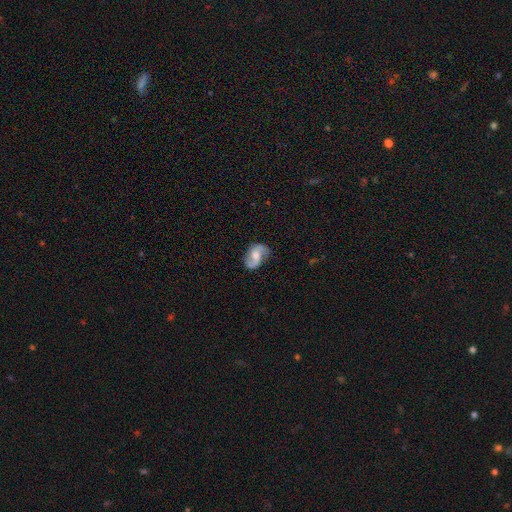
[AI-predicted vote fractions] Smooth or featured?
  - featured or disk: 78% *
  - smooth: 16%
  - star or artifact: 6%
Edge-on disk?
  - no: 98% *
  - yes: 2%
Bar?
  - no: 48% *
  - weak: 42%
  - strong: 9%
Spiral arms?
  - yes: 95% *
  - no: 5%
Spiral winding?
  - medium: 44% *
  - loose: 43%
  - tight: 13%
Spiral arm count?
  - 2: 90% *
  - can't tell: 4%
  - 1: 3%
  - 3: 1%
  - 4: 1%
  - more than 4: 1%
Bulge size?
  - moderate: 45% *
  - large: 19%
  - small: 19%
  - none: 14%
  - dominant: 2%
Merging?
  - none: 74% *
  - minor disturbance: 18%
  - major disturbance: 6%
  - merger: 2%